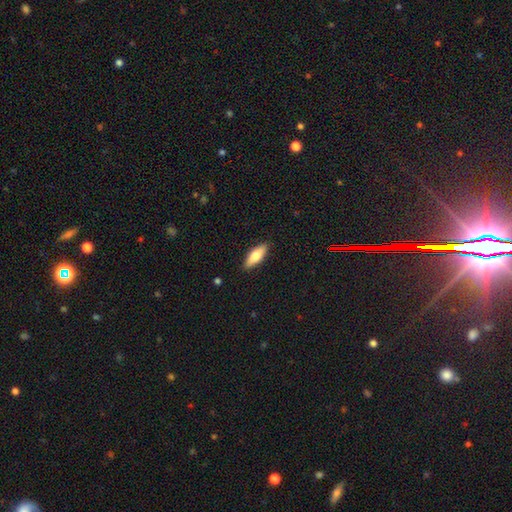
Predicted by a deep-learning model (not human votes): Morphology: type=smooth (68%); roundness=in between (64%); merging=none (88%).